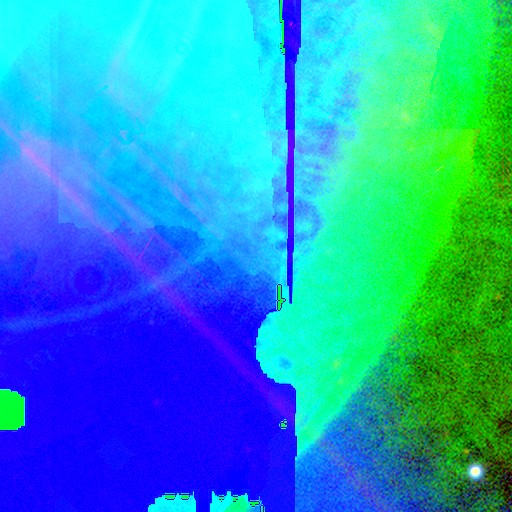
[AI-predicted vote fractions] Smooth or featured: star or artifact — 83% (featured or disk — 10%)